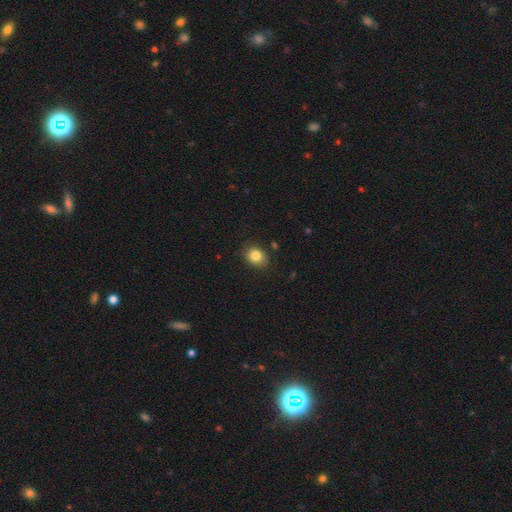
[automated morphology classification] The model was most divided on "how rounded": round: 50%, in between: 49%, cigar-shaped: 1%. More confident: smooth or featured — smooth (83%); merging — none (82%).